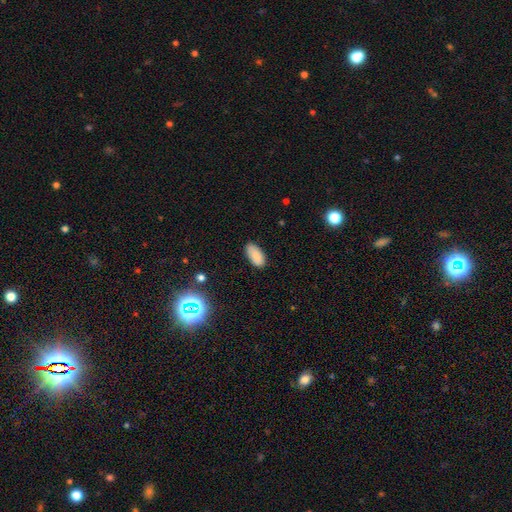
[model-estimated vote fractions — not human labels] This appears to be a smooth galaxy with no disk features (85%) that is in between round and cigar-shaped (93%). Merging: none (83%).